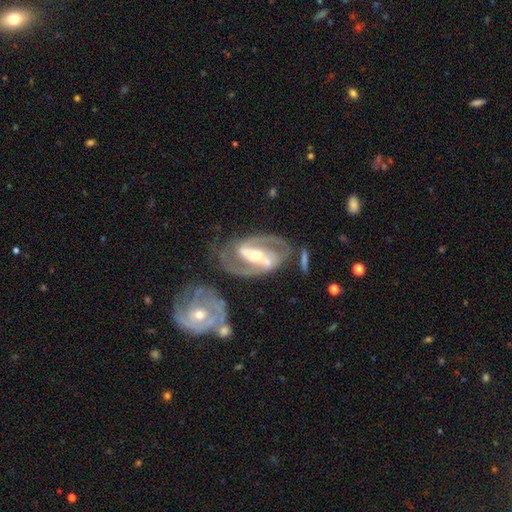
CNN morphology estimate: type=featured or disk (90%); edge-on=no (96%); bar=strong (64%); spiral arms=yes (96%); winding=medium (52%); arm count=2 (89%); bulge=moderate (64%); merging=none (66%).